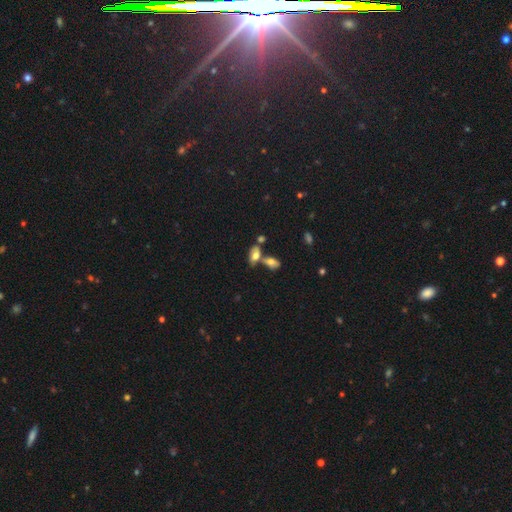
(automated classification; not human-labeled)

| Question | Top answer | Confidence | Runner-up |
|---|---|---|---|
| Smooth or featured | smooth | 69% | featured or disk (22%) |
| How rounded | in between | 87% | cigar-shaped (6%) |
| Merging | merger | 47% | none (35%) |